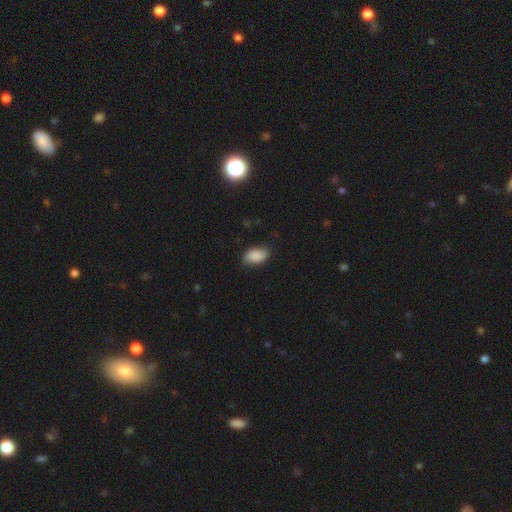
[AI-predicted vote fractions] This appears to be a smooth galaxy with no disk features (87%) that is in between round and cigar-shaped (92%). Merging: none (80%).